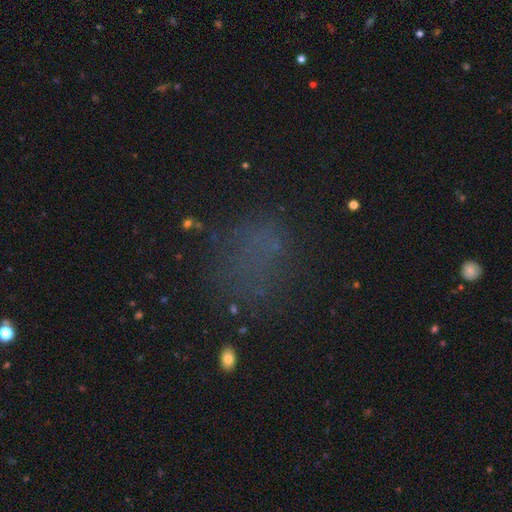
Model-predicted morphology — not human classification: Smooth or featured: smooth — 49% (star or artifact — 37%)
Merging: none — 67% (minor disturbance — 16%)